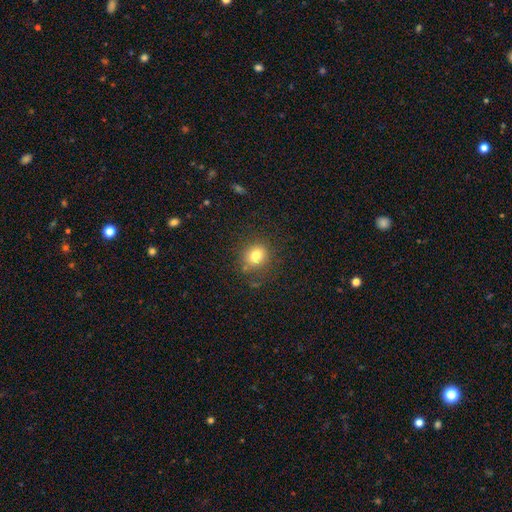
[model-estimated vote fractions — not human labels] Smooth or featured?
  - smooth: 77% *
  - star or artifact: 14%
  - featured or disk: 9%
How rounded?
  - round: 75% *
  - in between: 24%
  - cigar-shaped: 1%
Merging?
  - none: 81% *
  - minor disturbance: 12%
  - major disturbance: 4%
  - merger: 3%